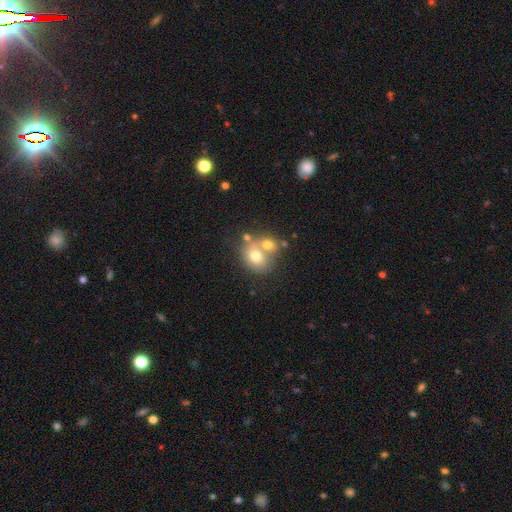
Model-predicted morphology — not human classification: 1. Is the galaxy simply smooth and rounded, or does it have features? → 68% smooth, 22% featured or disk, 10% star or artifact.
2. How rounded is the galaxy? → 55% round, 44% in between, 1% cigar-shaped.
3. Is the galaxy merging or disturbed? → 53% merger, 32% none, 10% minor disturbance, 5% major disturbance.